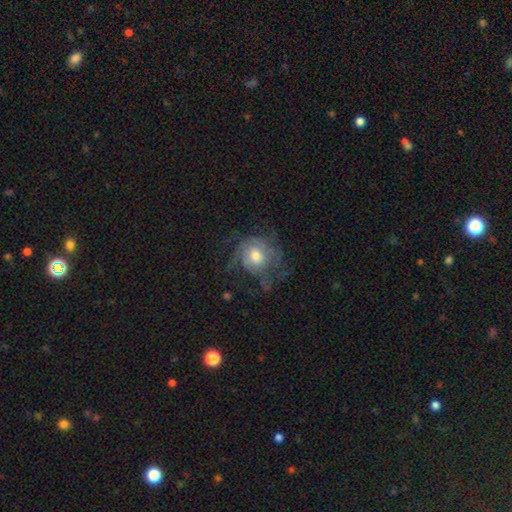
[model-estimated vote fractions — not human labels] smooth-or-featured: featured or disk: 60% | smooth: 32% | star or artifact: 8%
  disk-edge-on: no: 97% | yes: 3%
    bar: no: 77% | weak: 20% | strong: 3%
    has-spiral-arms: yes: 71% | no: 29%
    bulge-size: moderate: 67% | small: 17% | large: 13% | none: 2% | dominant: 1%
  merging: none: 44% | major disturbance: 33% | minor disturbance: 22% | merger: 2%